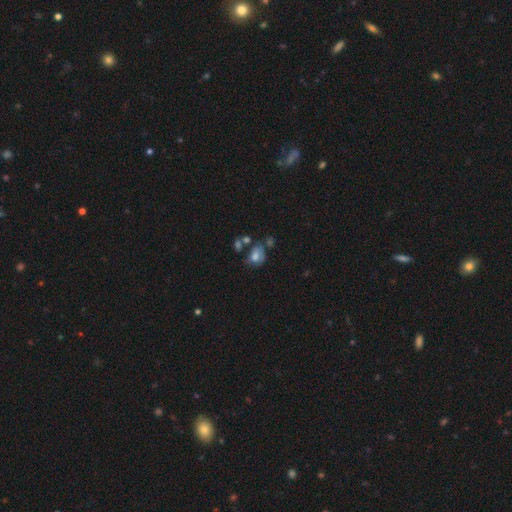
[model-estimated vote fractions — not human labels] smooth-or-featured: smooth: 63% | featured or disk: 25% | star or artifact: 12%
  how-rounded: in between: 67% | round: 31% | cigar-shaped: 1%
  merging: none: 35% | minor disturbance: 25% | merger: 21% | major disturbance: 19%